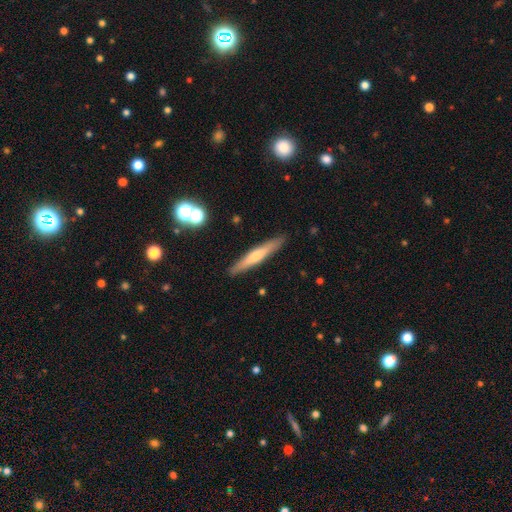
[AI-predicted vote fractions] A smooth galaxy with no disk features (47%). Merging: none (90%).